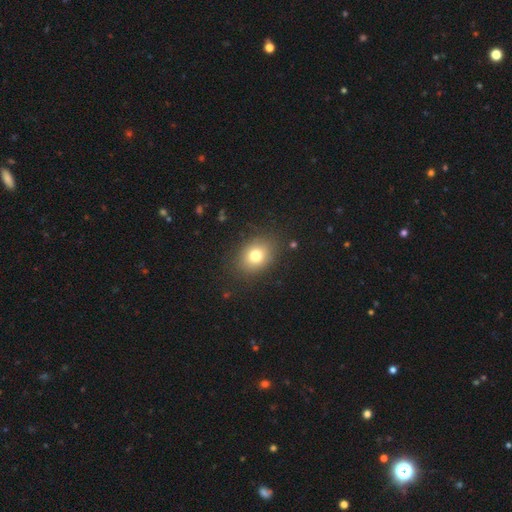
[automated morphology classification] Smooth or featured? Predicted: smooth (p=0.77). How rounded? Predicted: in between (p=0.55). Merging? Predicted: none (p=0.85).